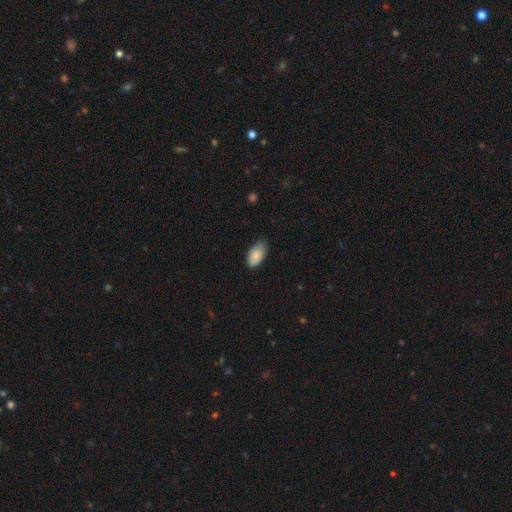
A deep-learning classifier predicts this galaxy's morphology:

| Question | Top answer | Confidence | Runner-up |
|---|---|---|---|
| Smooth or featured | smooth | 85% | featured or disk (8%) |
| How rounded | in between | 95% | round (3%) |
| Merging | none | 79% | minor disturbance (18%) |